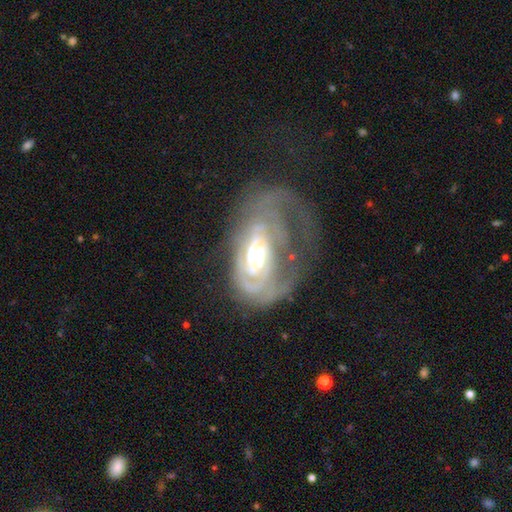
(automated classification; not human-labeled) Q: Smooth or featured?
A: featured or disk (83%); runner-up: smooth (11%)
Q: Edge-on disk?
A: no (95%); runner-up: yes (5%)
Q: Bar?
A: no (58%); runner-up: weak (30%)
Q: Spiral arms?
A: yes (84%); runner-up: no (16%)
Q: Spiral winding?
A: tight (57%); runner-up: medium (30%)
Q: Spiral arm count?
A: can't tell (41%); runner-up: 2 (24%)
Q: Bulge size?
A: moderate (62%); runner-up: small (18%)
Q: Merging?
A: major disturbance (45%); runner-up: none (31%)